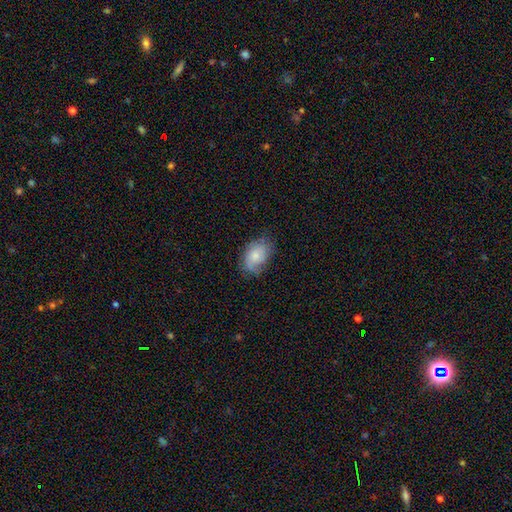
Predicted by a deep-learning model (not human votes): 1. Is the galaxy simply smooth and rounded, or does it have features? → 56% smooth, 36% featured or disk, 8% star or artifact.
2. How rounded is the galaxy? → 85% in between, 14% round, 1% cigar-shaped.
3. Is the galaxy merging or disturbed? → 63% none, 26% minor disturbance, 10% major disturbance, 1% merger.